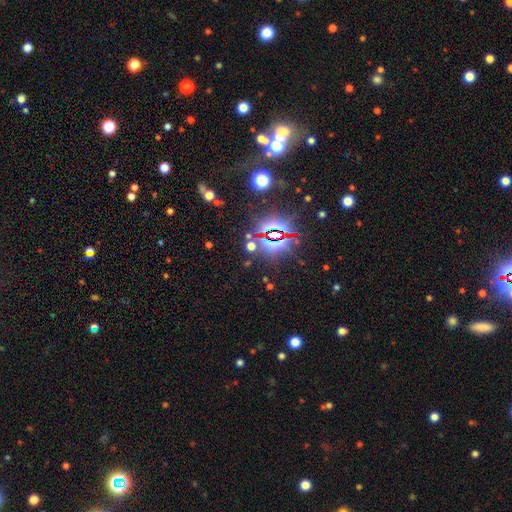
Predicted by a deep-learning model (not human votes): A star or artifact, not a galaxy (82%).